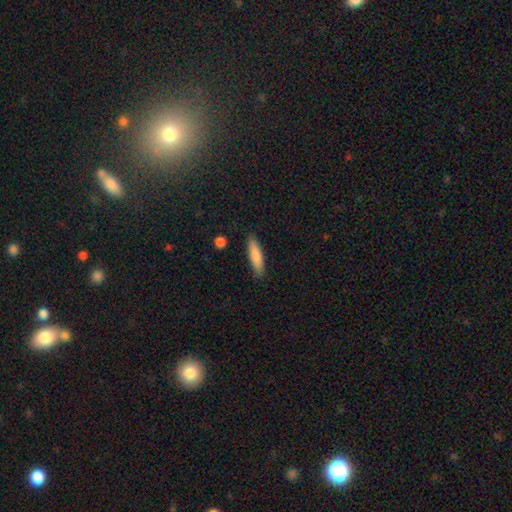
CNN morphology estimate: A smooth galaxy with no disk features (84%) that is cigar-shaped (72%).

Vote fractions:
- Smooth or featured? smooth: 84% / featured or disk: 11% / star or artifact: 6%
- How rounded? cigar-shaped: 72% / in between: 27% / round: 2%
- Merging? none: 86% / minor disturbance: 10% / major disturbance: 2% / merger: 2%